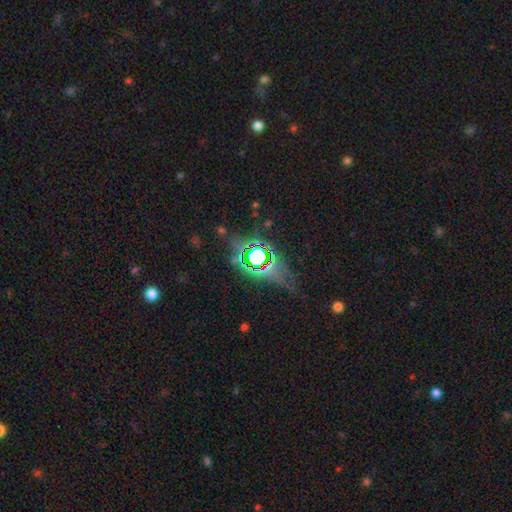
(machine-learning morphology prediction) A star or artifact, not a galaxy (75%).